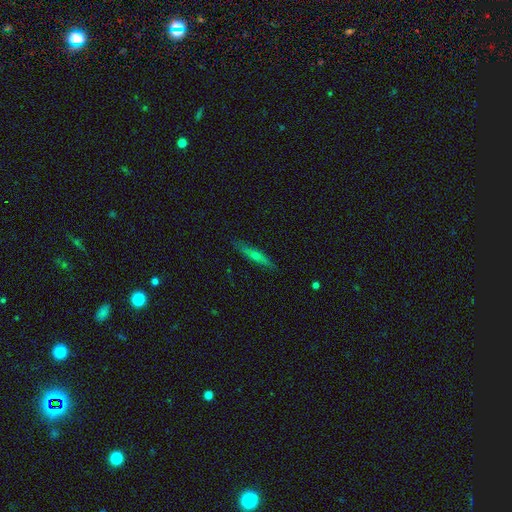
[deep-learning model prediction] smooth-or-featured: featured or disk: 60% | smooth: 32% | star or artifact: 8%
  disk-edge-on: yes: 93% | no: 7%
    edge-on-bulge: rounded: 84% | none: 13% | boxy: 3%
  merging: none: 88% | minor disturbance: 9% | major disturbance: 2% | merger: 1%